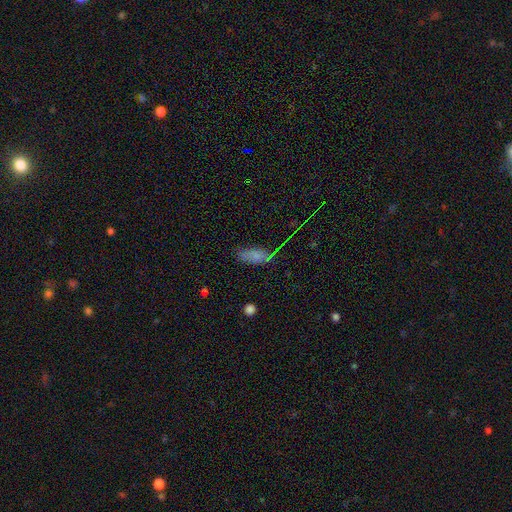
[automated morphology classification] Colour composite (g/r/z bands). It shows a smooth galaxy with no disk features (60%) that is in between round and cigar-shaped (81%). Merging: none (56%).